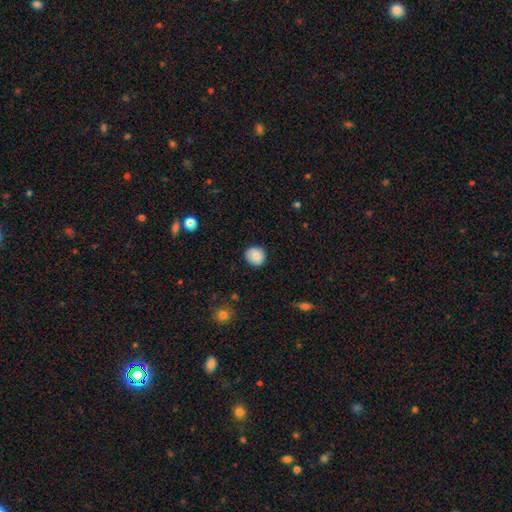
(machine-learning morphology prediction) smooth_or_featured: smooth (p=0.79) [alt: featured or disk p=0.13]
how_rounded: round (p=0.90) [alt: in between p=0.09]
merging: none (p=0.88) [alt: minor disturbance p=0.09]